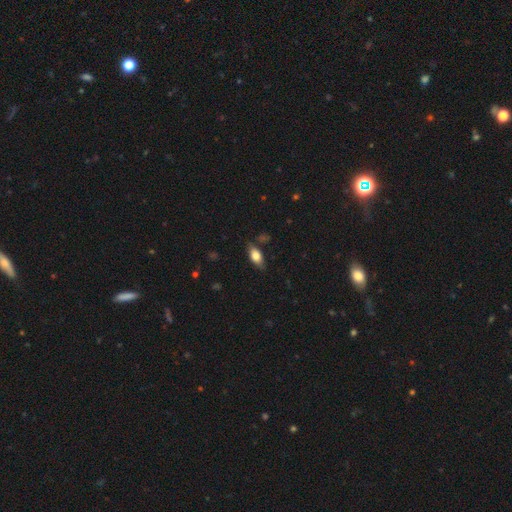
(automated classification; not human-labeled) Morphology: type=smooth (75%); roundness=in between (87%); merging=none (76%).